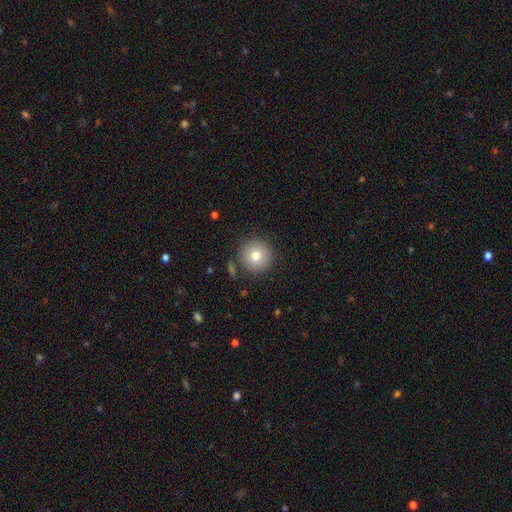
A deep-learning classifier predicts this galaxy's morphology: Q: Smooth or featured?
A: smooth (77%); runner-up: featured or disk (12%)
Q: How rounded?
A: round (95%); runner-up: in between (4%)
Q: Merging?
A: none (86%); runner-up: minor disturbance (8%)